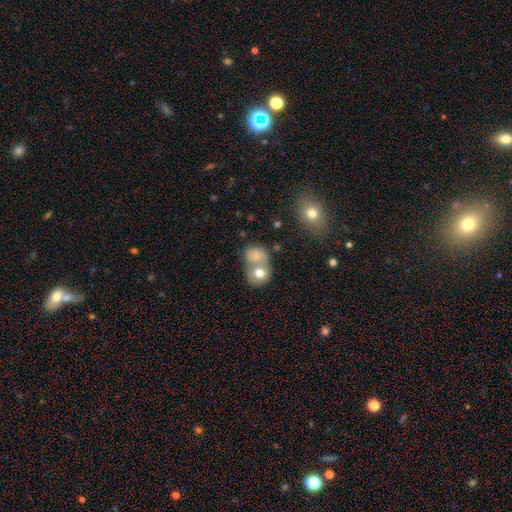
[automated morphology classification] Smooth or featured?
  - smooth: 75% *
  - featured or disk: 15%
  - star or artifact: 10%
How rounded?
  - round: 59% *
  - in between: 39%
  - cigar-shaped: 1%
Merging?
  - merger: 59% *
  - none: 27%
  - minor disturbance: 9%
  - major disturbance: 5%